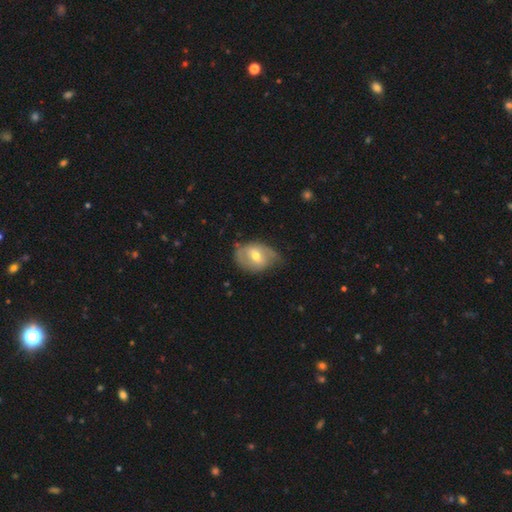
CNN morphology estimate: A featured or disk galaxy (57%) with a weak bar (47%), spiral arms (68%) and a moderate central bulge (64%).

Vote fractions:
- Smooth or featured? featured or disk: 57% / smooth: 36% / star or artifact: 6%
- Edge-on disk? no: 95% / yes: 5%
- Bar? weak: 47% / no: 33% / strong: 19%
- Spiral arms? yes: 68% / no: 32%
- Bulge size? moderate: 64% / small: 31% / large: 4% / none: 1% / dominant: 1%
- Merging? none: 53% / minor disturbance: 34% / major disturbance: 11% / merger: 2%